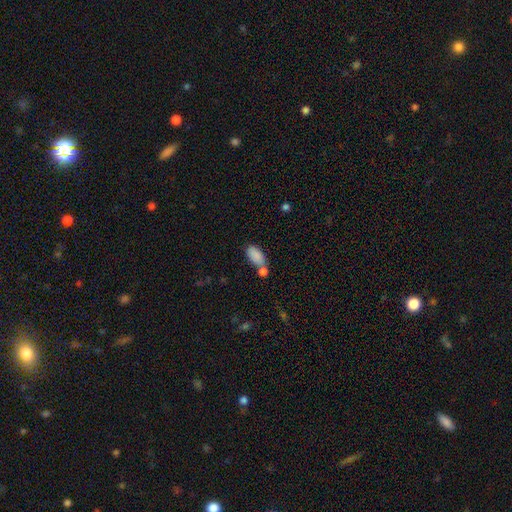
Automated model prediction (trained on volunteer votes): smooth 86%, star or artifact 8%, featured or disk 6%. Down the decision tree: how rounded — in between (91%); merging — none (47%).